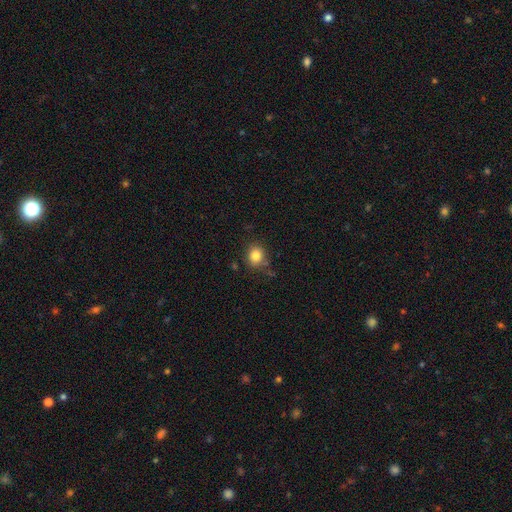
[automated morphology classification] This is clearly a smooth galaxy (83%). How rounded: likely round (79%). Merging: likely none (78%).